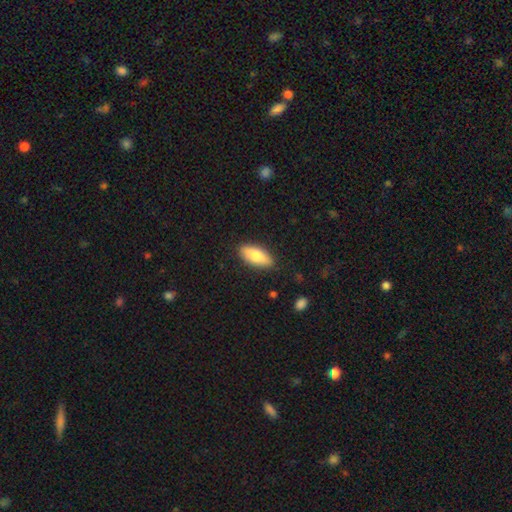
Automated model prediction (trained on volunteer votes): smooth-or-featured: smooth: 77% | featured or disk: 17% | star or artifact: 6%
  how-rounded: in between: 81% | cigar-shaped: 16% | round: 2%
  merging: none: 87% | minor disturbance: 10% | major disturbance: 2% | merger: 1%